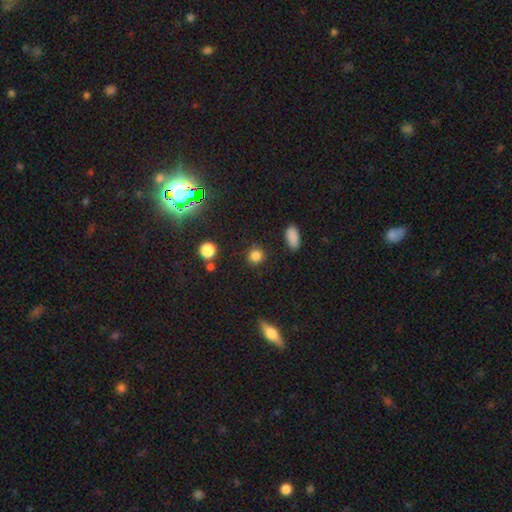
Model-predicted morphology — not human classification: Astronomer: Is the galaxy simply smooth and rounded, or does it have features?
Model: smooth — 82%.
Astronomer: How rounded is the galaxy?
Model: round — 88%.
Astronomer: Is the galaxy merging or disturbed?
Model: none — 87%.